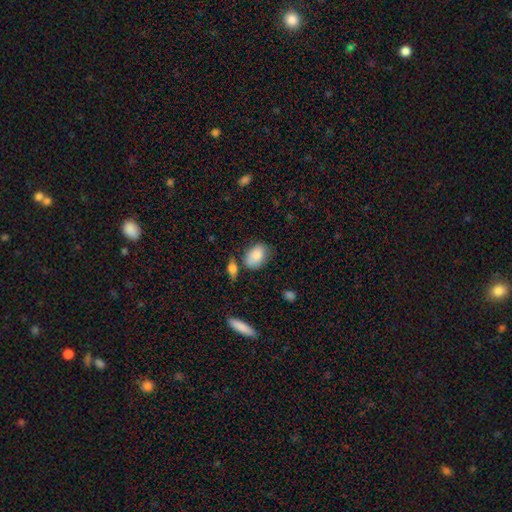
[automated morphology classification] This appears to be a smooth galaxy with no disk features (85%) that is in between round and cigar-shaped (84%). Merging: none (60%).